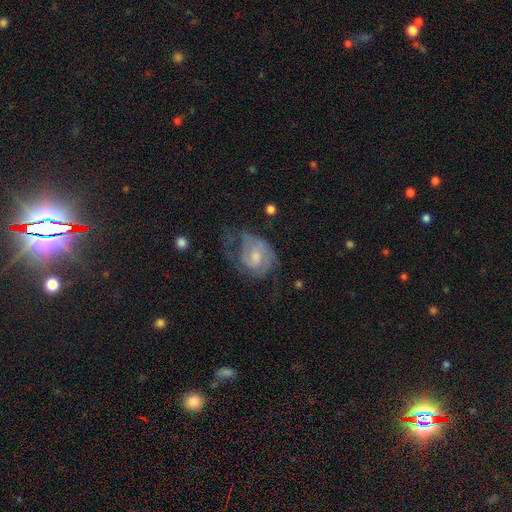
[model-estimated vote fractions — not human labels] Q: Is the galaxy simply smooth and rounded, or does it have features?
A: featured or disk — 64%.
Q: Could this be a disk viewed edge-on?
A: no — 97%.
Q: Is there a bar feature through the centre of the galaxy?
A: no — 52%.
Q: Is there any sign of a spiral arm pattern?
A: yes — 81%.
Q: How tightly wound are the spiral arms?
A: medium — 43%.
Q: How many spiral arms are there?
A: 2 — 50%.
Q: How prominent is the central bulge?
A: moderate — 45%.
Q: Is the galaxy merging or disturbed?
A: none — 37%.